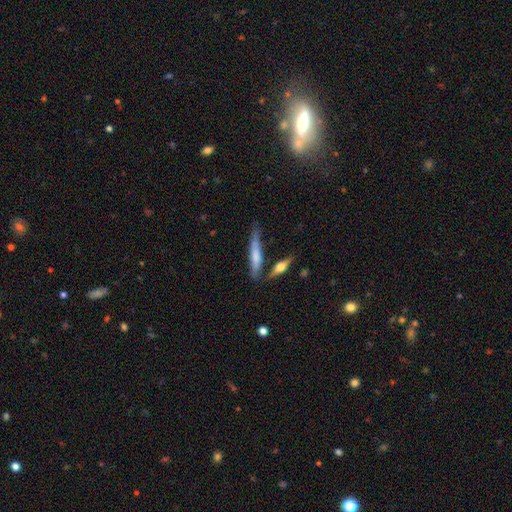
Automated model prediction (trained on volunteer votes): Smooth or featured? smooth (60%)
How rounded? cigar-shaped (86%)
Merging? none (64%)